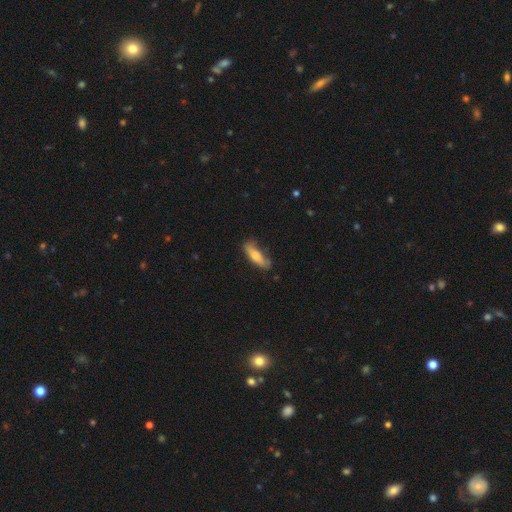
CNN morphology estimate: The model was most divided on "how rounded": cigar-shaped: 59%, in between: 39%, round: 2%. More confident: smooth or featured — smooth (69%); merging — none (64%).